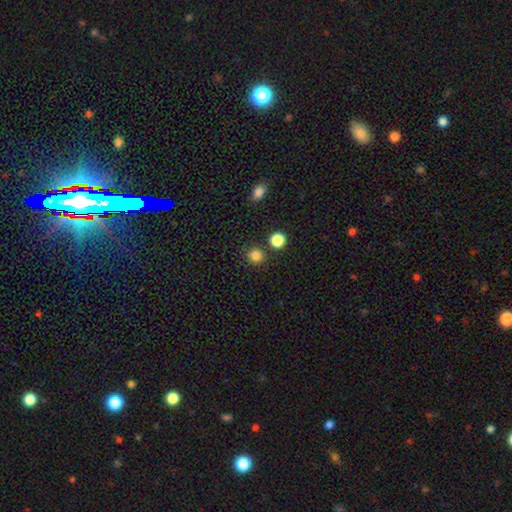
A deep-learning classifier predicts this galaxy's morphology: A smooth galaxy with no disk features (84%) that is round (88%).

Vote fractions:
- Smooth or featured? smooth: 84% / star or artifact: 13% / featured or disk: 4%
- How rounded? round: 88% / in between: 11% / cigar-shaped: 1%
- Merging? none: 85% / minor disturbance: 7% / merger: 6% / major disturbance: 3%